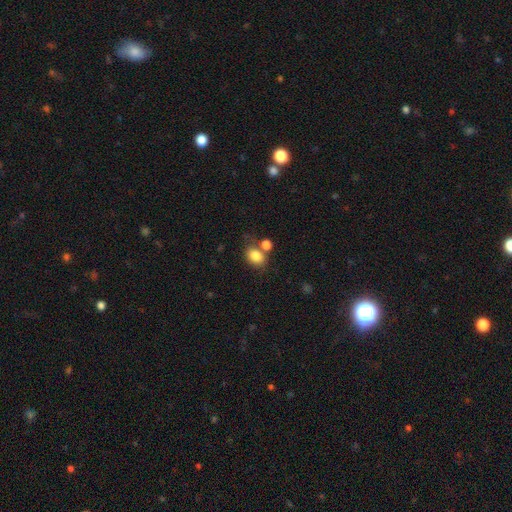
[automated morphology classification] A smooth galaxy with no disk features (83%) that is in between round and cigar-shaped (59%).

Vote fractions:
- Smooth or featured? smooth: 83% / star or artifact: 10% / featured or disk: 7%
- How rounded? in between: 59% / round: 40% / cigar-shaped: 1%
- Merging? none: 57% / merger: 24% / minor disturbance: 13% / major disturbance: 5%